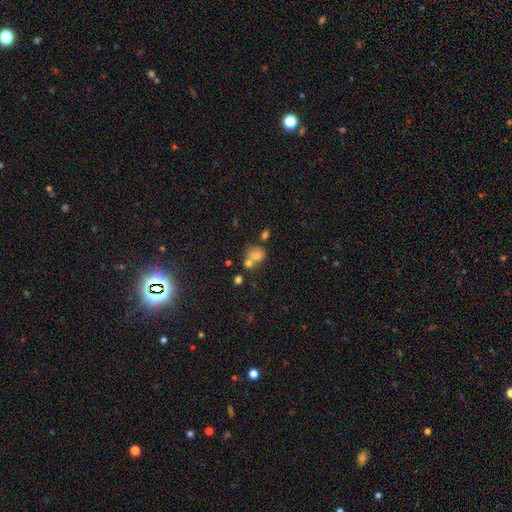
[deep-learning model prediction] A smooth galaxy with no disk features (71%) that is round (56%).

Vote fractions:
- Smooth or featured? smooth: 71% / featured or disk: 15% / star or artifact: 14%
- How rounded? round: 56% / in between: 43% / cigar-shaped: 1%
- Merging? merger: 48% / none: 35% / minor disturbance: 11% / major disturbance: 6%